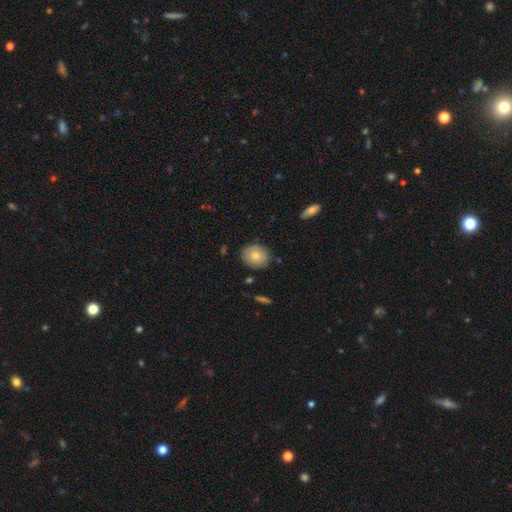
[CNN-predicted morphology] A smooth galaxy with no disk features (76%) that is round (68%).

Vote fractions:
- Smooth or featured? smooth: 76% / featured or disk: 16% / star or artifact: 8%
- How rounded? round: 68% / in between: 31% / cigar-shaped: 1%
- Merging? none: 85% / minor disturbance: 11% / major disturbance: 2% / merger: 2%